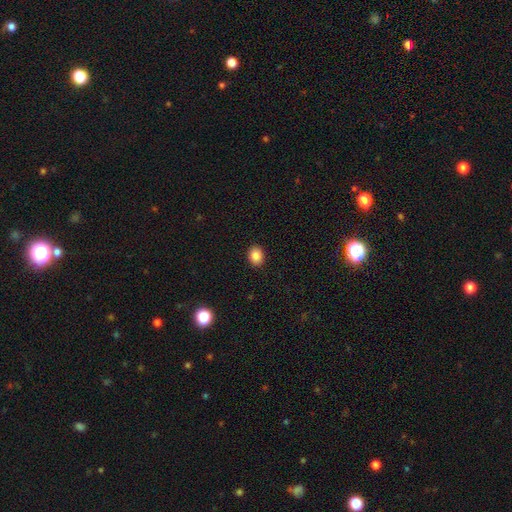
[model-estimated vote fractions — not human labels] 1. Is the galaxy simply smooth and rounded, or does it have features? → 86% smooth, 10% star or artifact, 5% featured or disk.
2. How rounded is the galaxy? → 52% in between, 47% round, 1% cigar-shaped.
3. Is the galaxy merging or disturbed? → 91% none, 6% minor disturbance, 2% major disturbance, 1% merger.